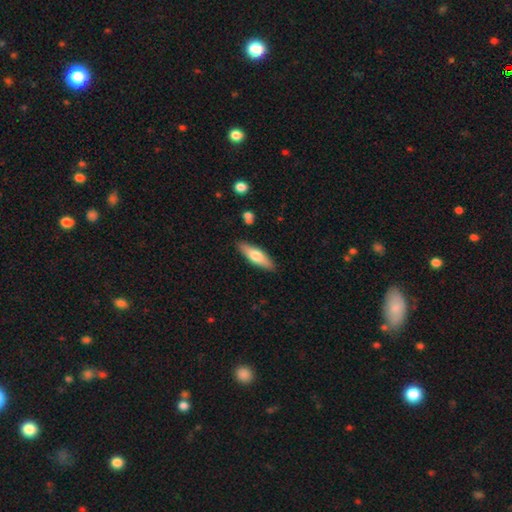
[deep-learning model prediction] smooth 64%, featured or disk 31%, star or artifact 6%. Down the decision tree: how rounded — cigar-shaped (54%); merging — none (88%).